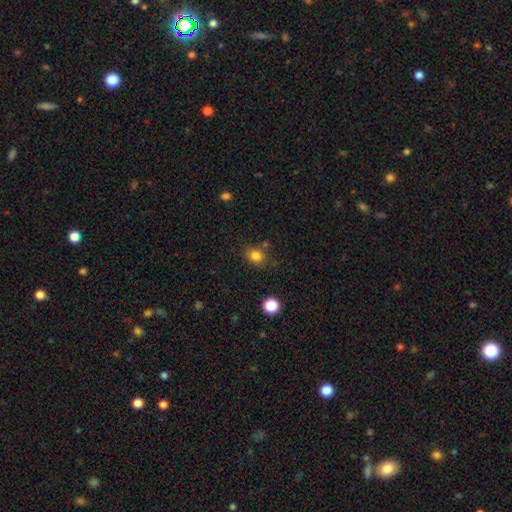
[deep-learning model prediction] A smooth galaxy with no disk features (81%) that is round (62%). Merging: none (74%).